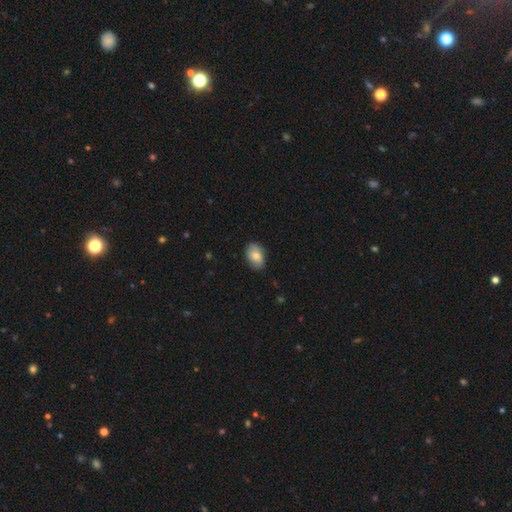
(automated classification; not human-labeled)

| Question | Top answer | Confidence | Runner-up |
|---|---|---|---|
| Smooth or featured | smooth | 79% | featured or disk (14%) |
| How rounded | in between | 86% | round (12%) |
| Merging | none | 81% | minor disturbance (15%) |